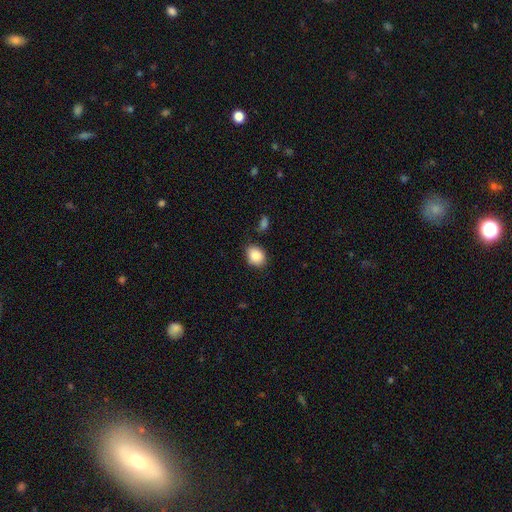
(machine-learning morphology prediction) Q: Smooth or featured?
A: smooth (87%); runner-up: star or artifact (8%)
Q: How rounded?
A: in between (58%); runner-up: round (41%)
Q: Merging?
A: none (79%); runner-up: minor disturbance (15%)